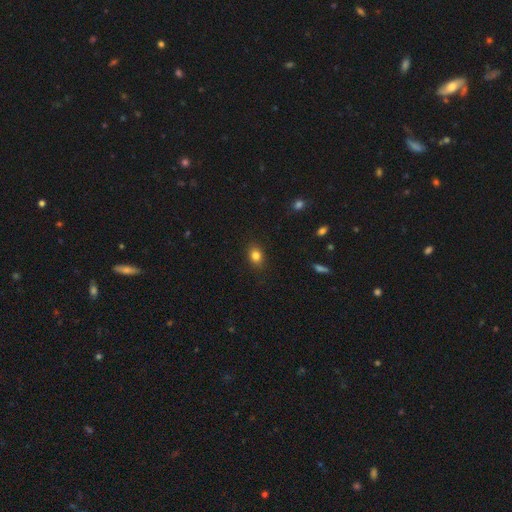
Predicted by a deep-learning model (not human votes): A smooth galaxy with no disk features (82%) that is in between round and cigar-shaped (61%). Merging: none (87%).